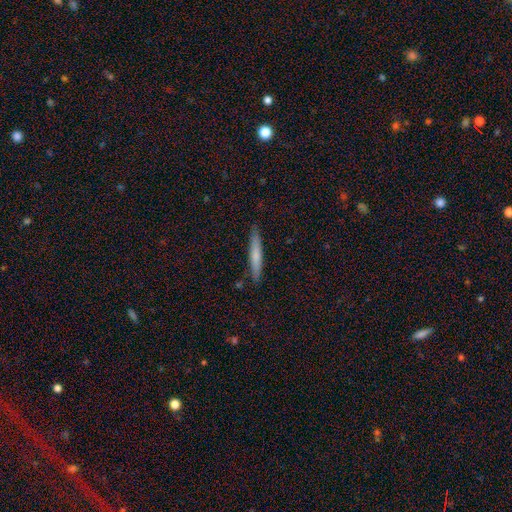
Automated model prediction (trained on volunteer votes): smooth-or-featured: smooth: 66% | featured or disk: 28% | star or artifact: 6%
  how-rounded: cigar-shaped: 95% | in between: 4% | round: 1%
  merging: none: 87% | minor disturbance: 10% | major disturbance: 2% | merger: 1%